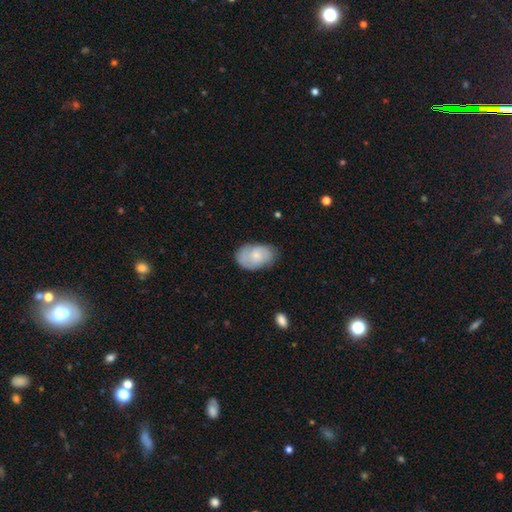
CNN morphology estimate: The model was most divided on "smooth or featured": smooth: 66%, featured or disk: 27%, star or artifact: 6%. More confident: how rounded — in between (88%); merging — none (71%).